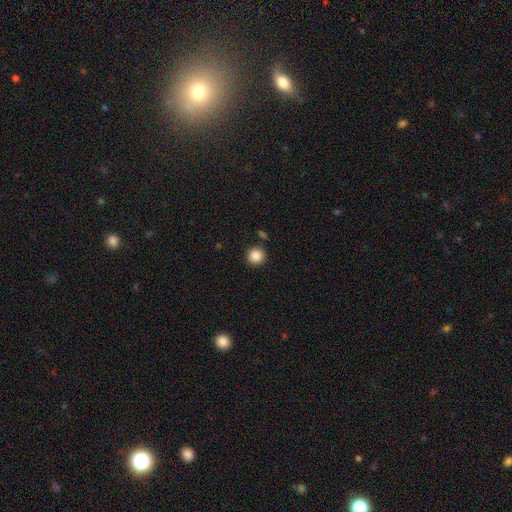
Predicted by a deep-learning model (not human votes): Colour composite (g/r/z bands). It shows a smooth galaxy with no disk features (87%) that is round (94%). Merging: none (89%).